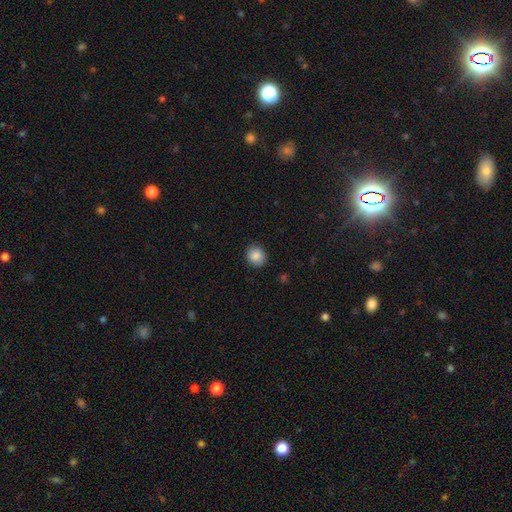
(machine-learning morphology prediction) Smooth or featured? Predicted: smooth (p=0.88). How rounded? Predicted: round (p=0.79). Merging? Predicted: none (p=0.89).